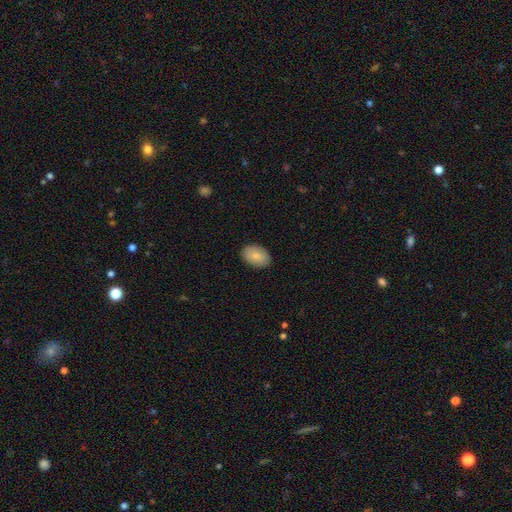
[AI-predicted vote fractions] The model was most divided on "smooth or featured": smooth: 83%, featured or disk: 10%, star or artifact: 6%. More confident: merging — none (89%); how rounded — in between (86%).